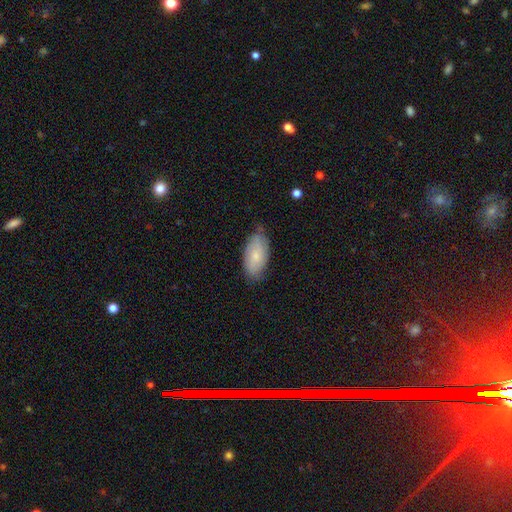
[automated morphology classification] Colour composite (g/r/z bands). It shows a smooth galaxy with no disk features (64%) that is in between round and cigar-shaped (93%). Merging: none (71%).